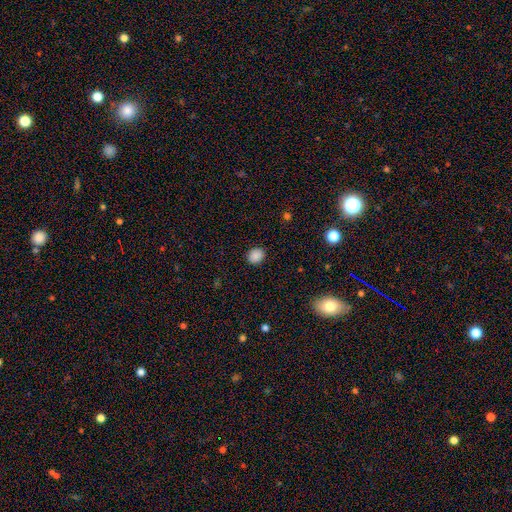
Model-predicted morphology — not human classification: smooth-or-featured: smooth: 87% | star or artifact: 10% | featured or disk: 3%
  how-rounded: round: 74% | in between: 25% | cigar-shaped: 1%
  merging: none: 90% | minor disturbance: 7% | major disturbance: 2% | merger: 1%